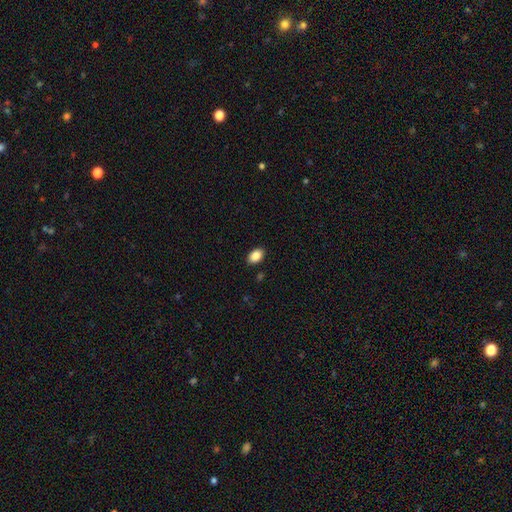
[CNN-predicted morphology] This appears to be a smooth galaxy with no disk features (87%) that is in between round and cigar-shaped (88%). Merging: none (89%).